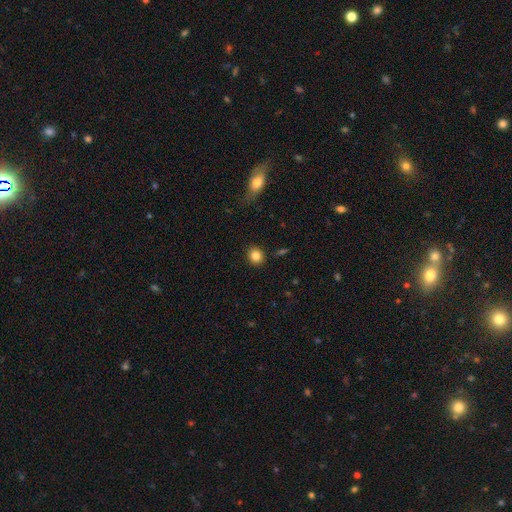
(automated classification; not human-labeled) Smooth or featured? Predicted: smooth (p=0.84). How rounded? Predicted: round (p=0.76). Merging? Predicted: none (p=0.88).